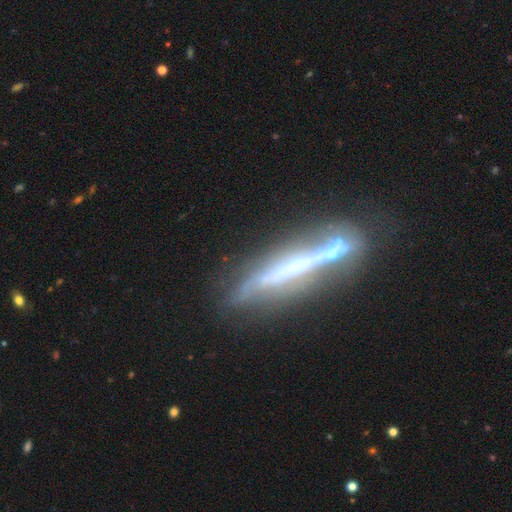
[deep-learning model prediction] This appears to be a featured or disk galaxy (77%) viewed edge-on (89%) with no central bulge (59%). Merging: none (66%).